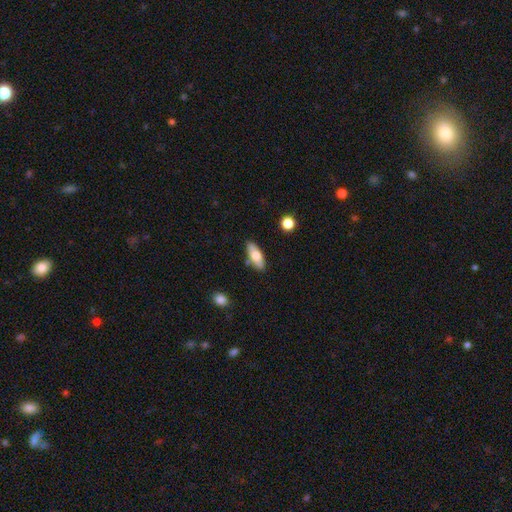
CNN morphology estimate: type=smooth (69%); roundness=in between (71%); merging=none (81%).